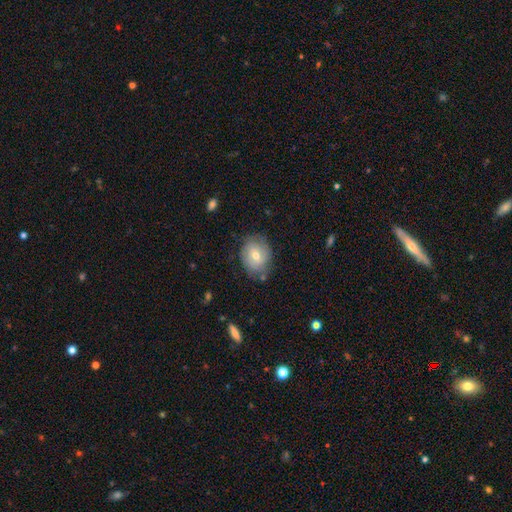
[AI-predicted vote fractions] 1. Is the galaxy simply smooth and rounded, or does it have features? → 46% smooth, 45% featured or disk, 8% star or artifact.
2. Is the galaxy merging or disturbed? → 73% none, 19% minor disturbance, 5% major disturbance, 2% merger.